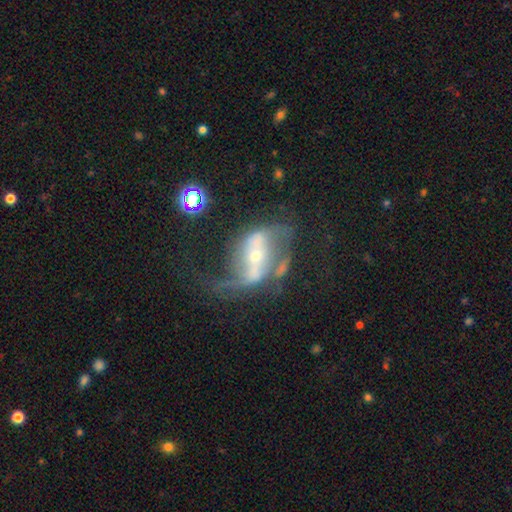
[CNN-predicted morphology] Smooth or featured? featured or disk (82%)
Edge-on disk? no (94%)
Bar? strong (53%)
Spiral arms? yes (84%)
Spiral winding? loose (60%)
Spiral arm count? 2 (83%)
Bulge size? small (57%)
Merging? none (40%)